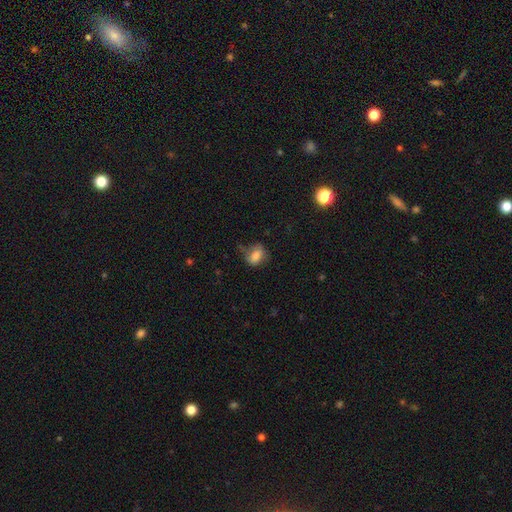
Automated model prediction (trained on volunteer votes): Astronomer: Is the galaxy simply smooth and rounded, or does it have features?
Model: smooth — 75%.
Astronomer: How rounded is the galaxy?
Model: in between — 66%.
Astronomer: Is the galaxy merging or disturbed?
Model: none — 50% (runner-up: minor disturbance, 31%).